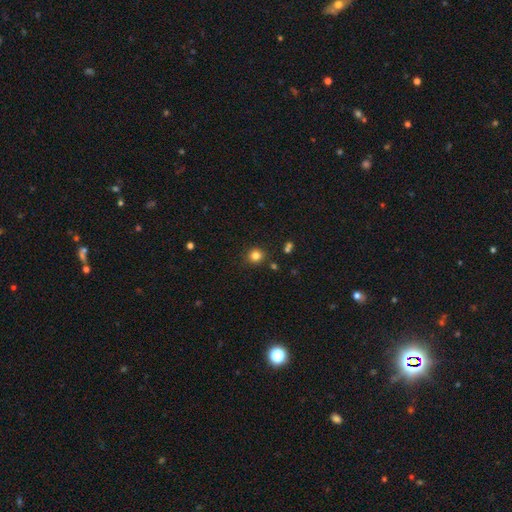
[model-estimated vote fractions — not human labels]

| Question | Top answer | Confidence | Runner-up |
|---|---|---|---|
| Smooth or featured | smooth | 82% | star or artifact (13%) |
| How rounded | round | 90% | in between (9%) |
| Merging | none | 88% | minor disturbance (7%) |